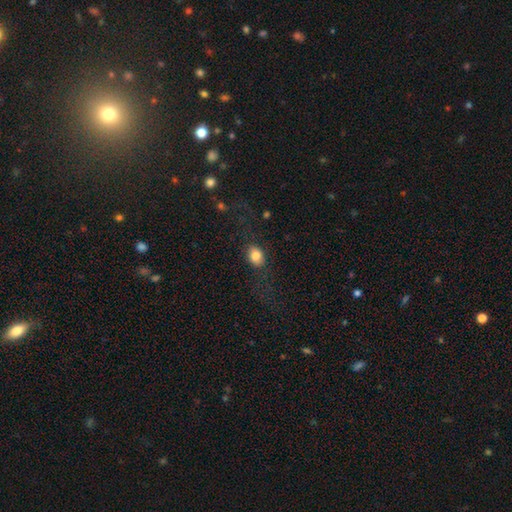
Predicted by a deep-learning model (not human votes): The model was most divided on "how rounded": in between: 69%, round: 30%, cigar-shaped: 2%. More confident: smooth or featured — smooth (82%); merging — none (76%).